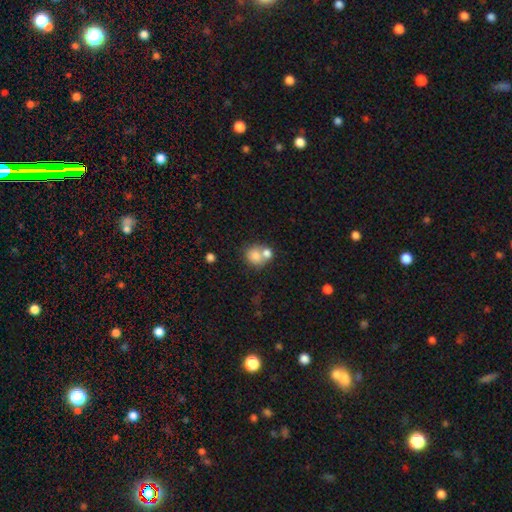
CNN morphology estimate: smooth_or_featured: smooth (p=0.78) [alt: featured or disk p=0.13]
how_rounded: round (p=0.72) [alt: in between p=0.27]
merging: merger (p=0.50) [alt: none p=0.37]